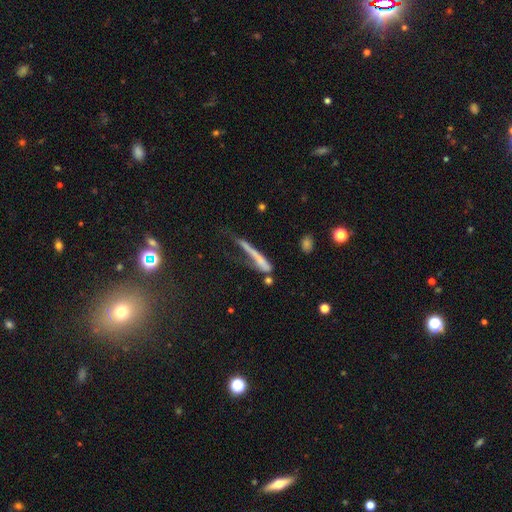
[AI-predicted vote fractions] Smooth or featured: smooth — 47% (featured or disk — 39%)
Merging: major disturbance — 32% (tied with none — 32%)